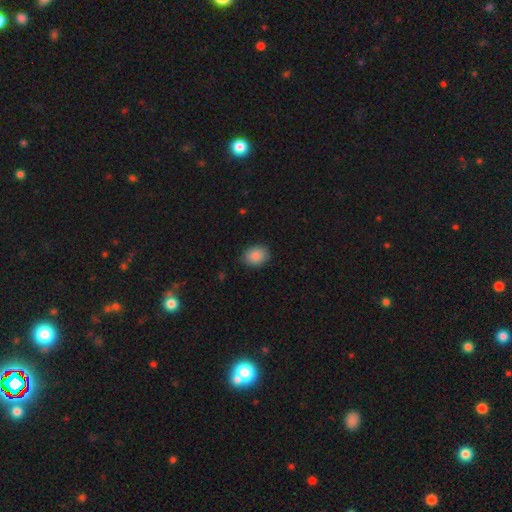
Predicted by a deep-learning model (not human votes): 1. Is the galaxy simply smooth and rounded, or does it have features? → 88% smooth, 8% star or artifact, 4% featured or disk.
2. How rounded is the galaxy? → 56% in between, 43% round, 1% cigar-shaped.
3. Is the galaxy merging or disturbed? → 85% none, 12% minor disturbance, 3% major disturbance, 1% merger.